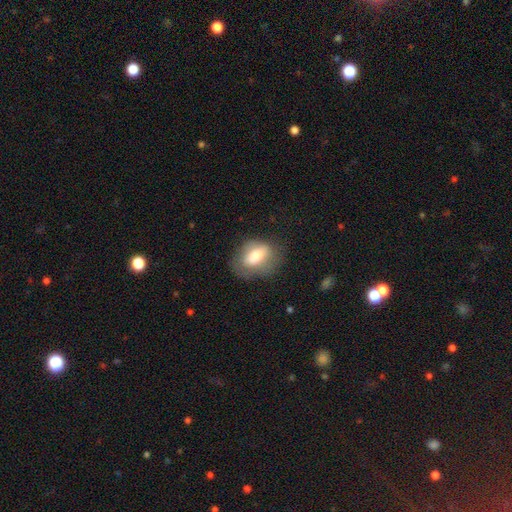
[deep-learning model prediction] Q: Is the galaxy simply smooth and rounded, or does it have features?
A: smooth — 69%.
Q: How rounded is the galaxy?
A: in between — 82%.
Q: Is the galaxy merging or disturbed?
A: none — 58%.